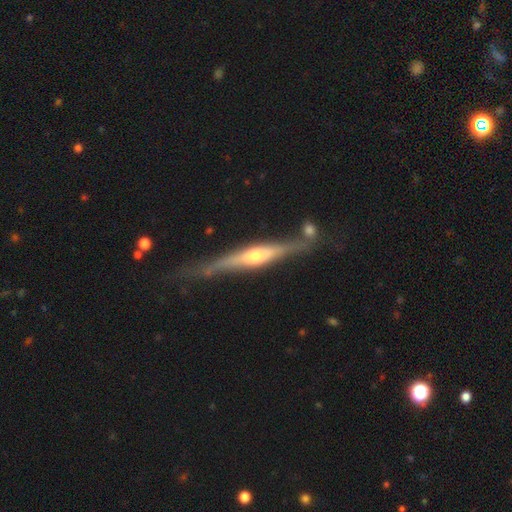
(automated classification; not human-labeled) The model was most divided on "merging": none: 67%, minor disturbance: 19%, merger: 8%, major disturbance: 6%. More confident: edge-on disk — yes (95%); edge-on bulge — rounded (79%); smooth or featured — featured or disk (74%).